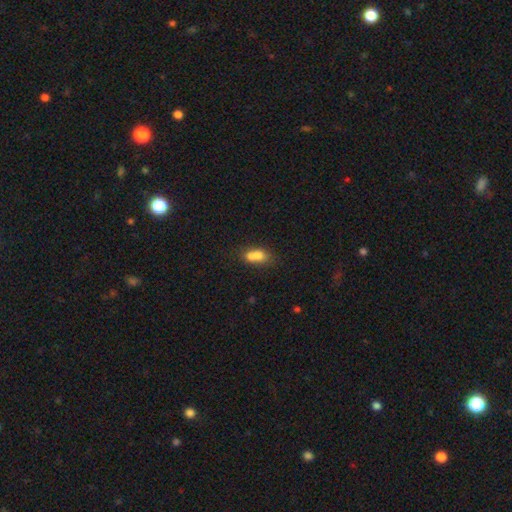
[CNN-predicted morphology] Overall: smooth (69%). How rounded: in between (62%; round 31%). Merging: merger (61%; none 26%).